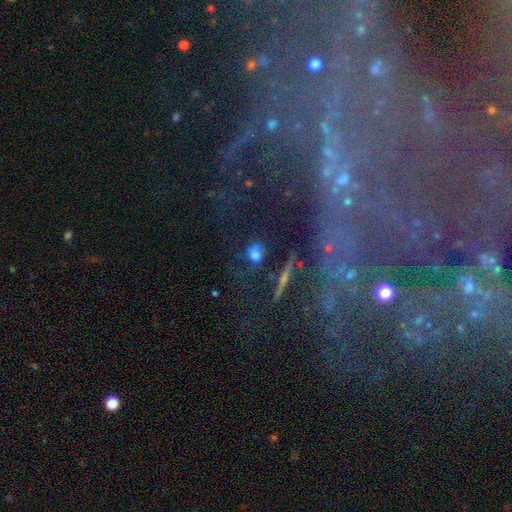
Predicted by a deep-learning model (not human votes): smooth_or_featured: smooth (p=0.55) [alt: star or artifact p=0.23]
how_rounded: round (p=0.55) [alt: in between p=0.39]
merging: none (p=0.59) [alt: minor disturbance p=0.20]